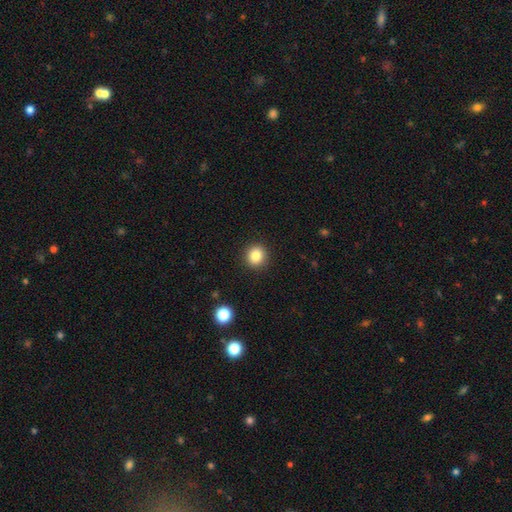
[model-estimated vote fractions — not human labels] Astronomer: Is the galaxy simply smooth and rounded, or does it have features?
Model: smooth — 84%.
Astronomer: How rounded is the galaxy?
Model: round — 90%.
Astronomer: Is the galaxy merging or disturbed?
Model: none — 91%.